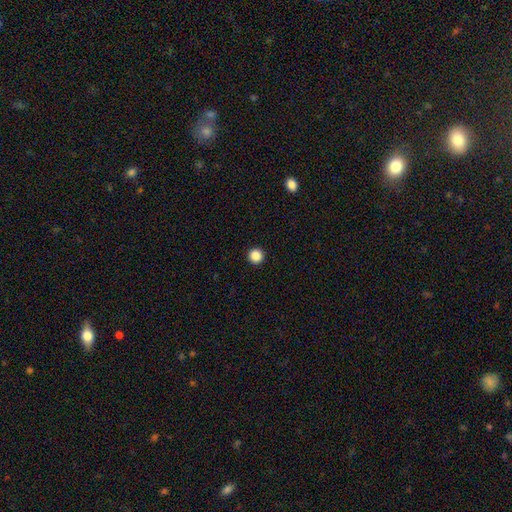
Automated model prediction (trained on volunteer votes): A smooth galaxy with no disk features (87%) that is round (96%).

Vote fractions:
- Smooth or featured? smooth: 87% / star or artifact: 10% / featured or disk: 3%
- How rounded? round: 96% / in between: 3% / cigar-shaped: 1%
- Merging? none: 94% / minor disturbance: 3% / major disturbance: 1% / merger: 1%